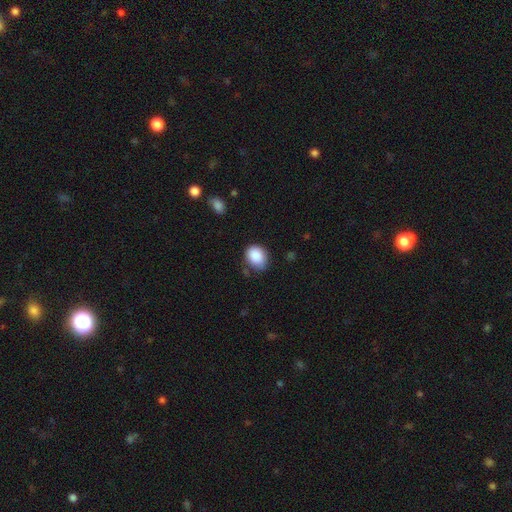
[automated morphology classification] smooth-or-featured: smooth: 87% | star or artifact: 8% | featured or disk: 5%
  how-rounded: round: 51% | in between: 48% | cigar-shaped: 1%
  merging: none: 70% | minor disturbance: 23% | major disturbance: 4% | merger: 3%